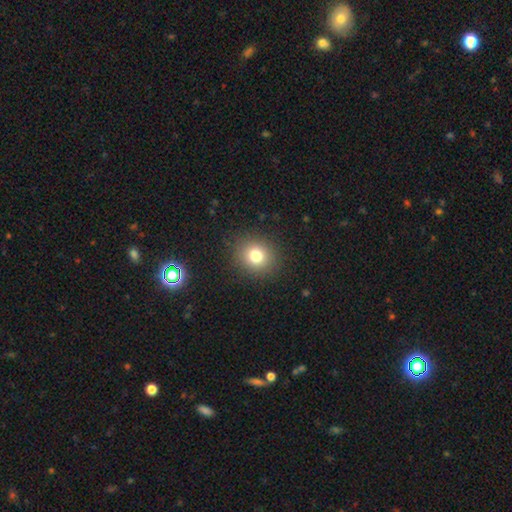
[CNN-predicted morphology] smooth-or-featured: smooth: 78% | star or artifact: 13% | featured or disk: 9%
  how-rounded: round: 79% | in between: 21% | cigar-shaped: 1%
  merging: none: 89% | minor disturbance: 7% | major disturbance: 3% | merger: 1%